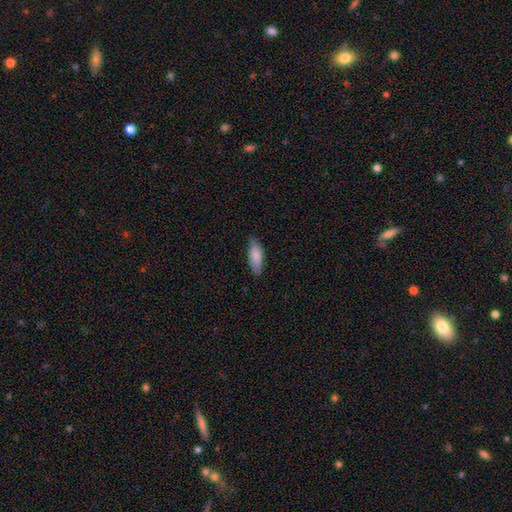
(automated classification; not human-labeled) smooth 85%, featured or disk 9%, star or artifact 6%. Down the decision tree: how rounded — in between (67%); merging — none (82%).